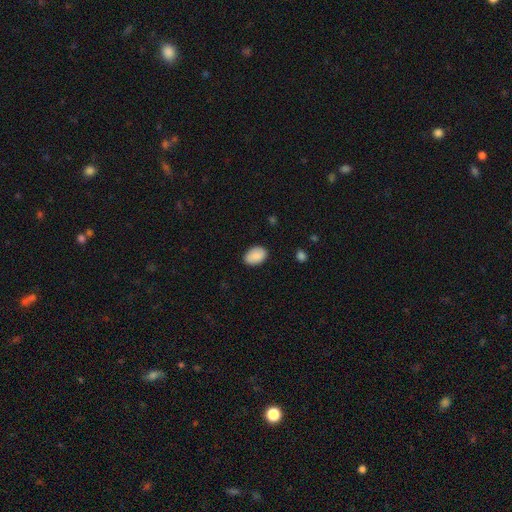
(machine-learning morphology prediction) smooth 88%, star or artifact 7%, featured or disk 6%. Down the decision tree: how rounded — in between (86%); merging — none (84%).